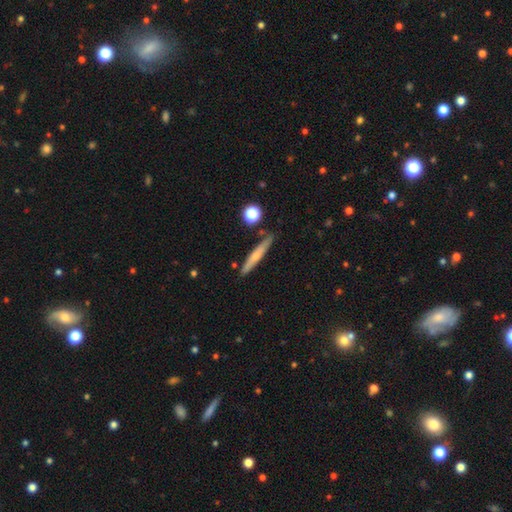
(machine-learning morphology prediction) Smooth or featured?
  - smooth: 54% *
  - featured or disk: 39%
  - star or artifact: 7%
How rounded?
  - cigar-shaped: 93% *
  - in between: 5%
  - round: 2%
Merging?
  - none: 84% *
  - minor disturbance: 10%
  - merger: 3%
  - major disturbance: 2%